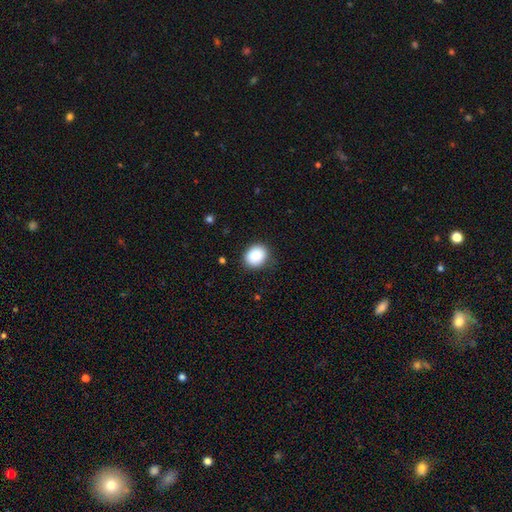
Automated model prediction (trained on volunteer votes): Q: Smooth or featured?
A: smooth (87%); runner-up: star or artifact (8%)
Q: How rounded?
A: round (62%); runner-up: in between (37%)
Q: Merging?
A: none (83%); runner-up: minor disturbance (13%)